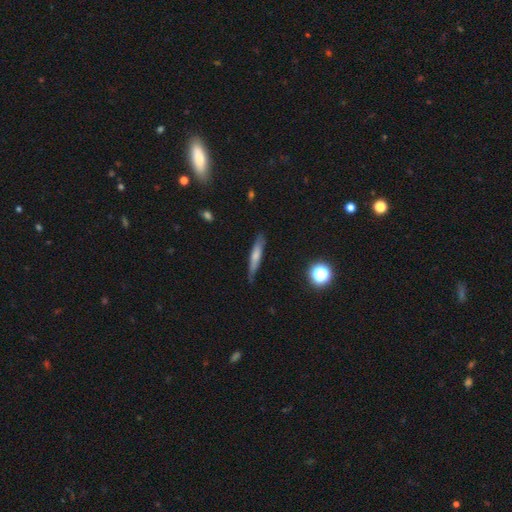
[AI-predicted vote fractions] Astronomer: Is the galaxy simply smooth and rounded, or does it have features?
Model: smooth — 60%.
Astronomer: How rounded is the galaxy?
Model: cigar-shaped — 89%.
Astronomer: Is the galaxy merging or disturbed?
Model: none — 79%.